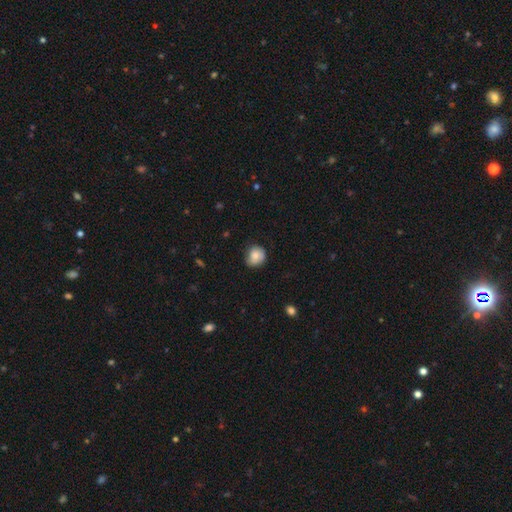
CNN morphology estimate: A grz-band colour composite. It shows a smooth galaxy with no disk features (75%) that is round (73%). Merging: none (64%).